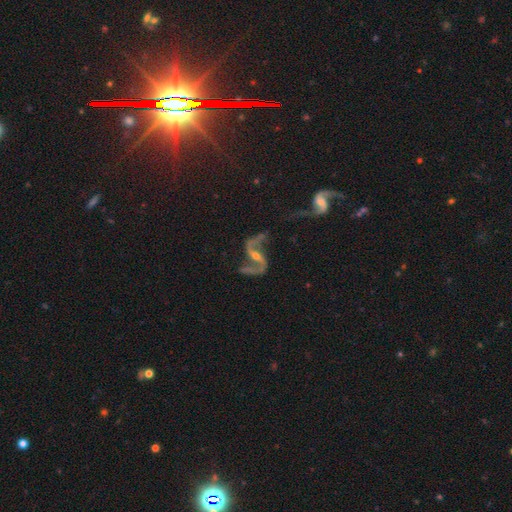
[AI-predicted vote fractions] A featured or disk galaxy (91%) with a weak bar (37%), 2 (93%) loose (75%) spiral arms (97%) and a small central bulge (56%).

Vote fractions:
- Smooth or featured? featured or disk: 91% / star or artifact: 6% / smooth: 3%
- Edge-on disk? no: 96% / yes: 4%
- Bar? weak: 37% / strong: 36% / no: 27%
- Spiral arms? yes: 97% / no: 3%
- Spiral winding? loose: 75% / medium: 20% / tight: 5%
- Spiral arm count? 2: 93% / 1: 2% / can't tell: 1% / 3: 1% / 4: 1% / more than 4: 1%
- Bulge size? small: 56% / moderate: 36% / none: 5% / large: 2% / dominant: 1%
- Merging? none: 62% / minor disturbance: 17% / major disturbance: 14% / merger: 7%